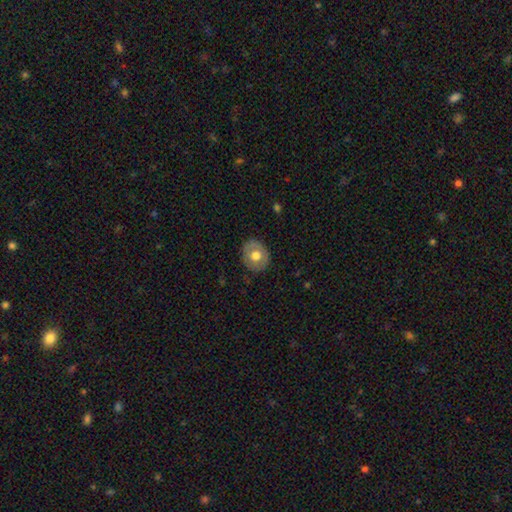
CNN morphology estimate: A smooth galaxy with no disk features (61%) that is round (68%).

Vote fractions:
- Smooth or featured? smooth: 61% / featured or disk: 32% / star or artifact: 7%
- How rounded? round: 68% / in between: 31% / cigar-shaped: 1%
- Merging? none: 84% / minor disturbance: 12% / major disturbance: 3% / merger: 1%